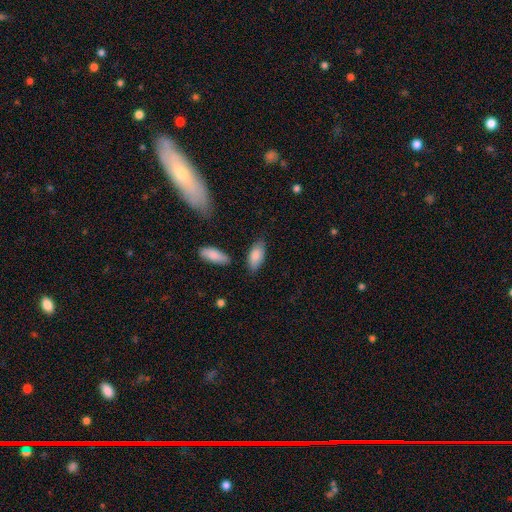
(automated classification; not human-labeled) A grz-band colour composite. It shows a smooth galaxy with no disk features (86%) that is in between round and cigar-shaped (88%). Merging: none (75%).